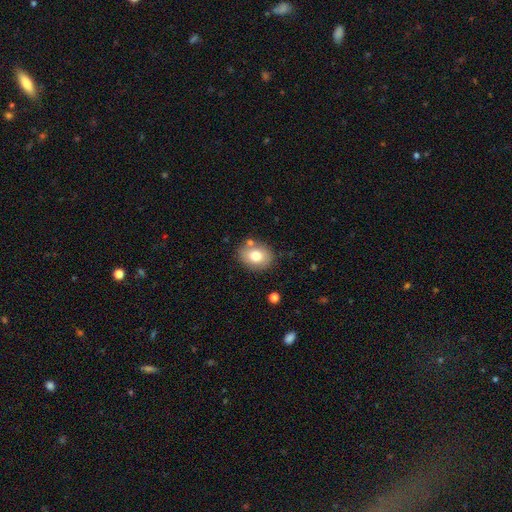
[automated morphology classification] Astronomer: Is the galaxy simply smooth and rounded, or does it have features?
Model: smooth — 76%.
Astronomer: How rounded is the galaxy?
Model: in between — 53% (runner-up: round, 46%).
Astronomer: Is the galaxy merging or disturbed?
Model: none — 77%.